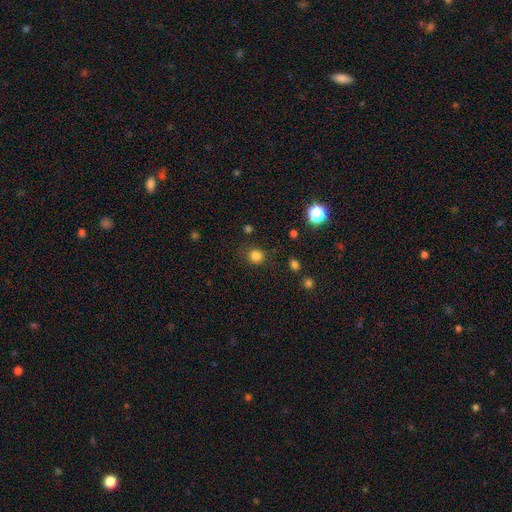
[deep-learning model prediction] This appears to be a smooth galaxy with no disk features (82%) that is round (86%). Merging: none (84%).